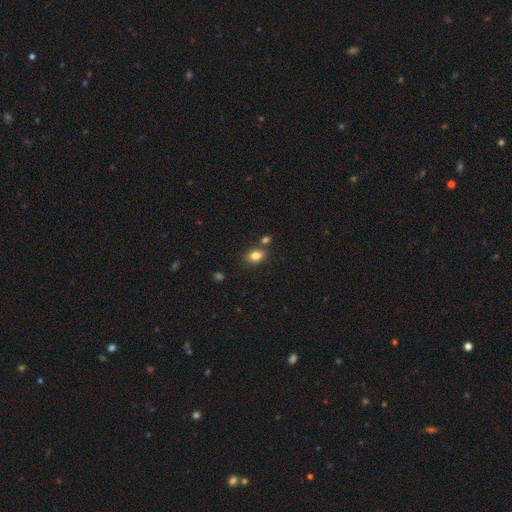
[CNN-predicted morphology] Smooth or featured: smooth — 82% (star or artifact — 10%)
How rounded: in between — 73% (round — 26%)
Merging: none — 74% (merger — 11%)